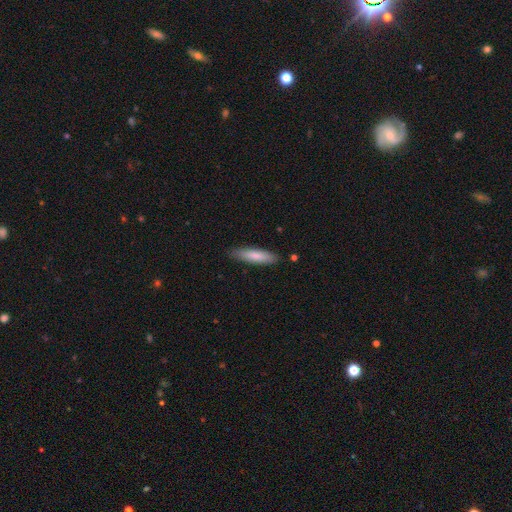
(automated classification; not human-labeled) This is likely a smooth galaxy (79%). How rounded: likely cigar-shaped (72%). Merging: clearly none (85%).